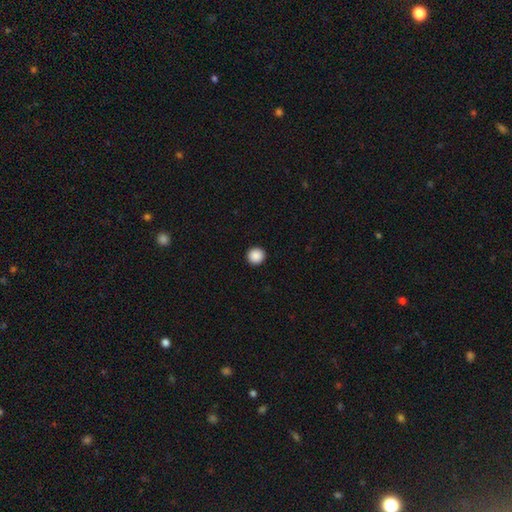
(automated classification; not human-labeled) This appears to be a smooth galaxy with no disk features (89%) that is round (95%). Merging: none (94%).